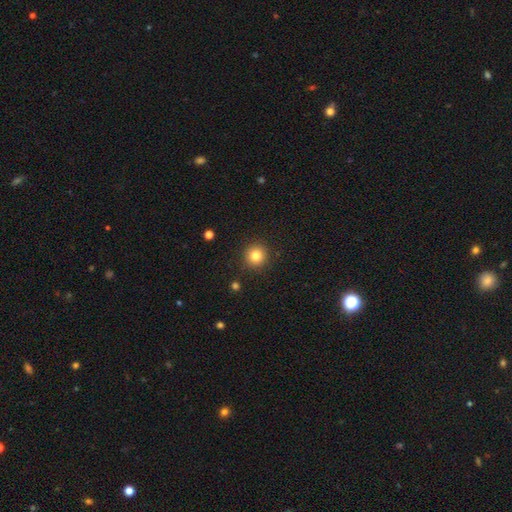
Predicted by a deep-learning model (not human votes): Morphology: type=smooth (82%); roundness=round (94%); merging=none (90%).